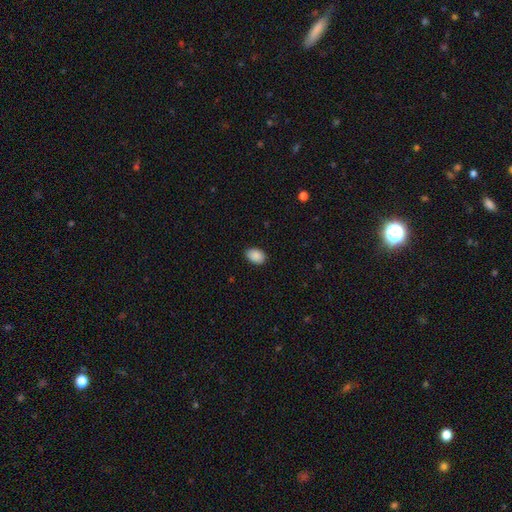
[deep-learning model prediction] This appears to be a smooth galaxy with no disk features (90%) that is in between round and cigar-shaped (86%). Merging: none (88%).